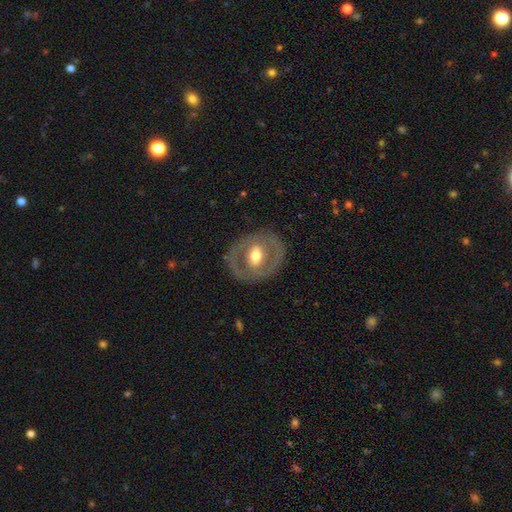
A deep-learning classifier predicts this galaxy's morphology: featured or disk 66%, smooth 28%, star or artifact 5%. Down the decision tree: edge-on disk — no (94%); bar — weak (38%); spiral arms — no (64%); bulge size — moderate (71%); merging — none (79%).